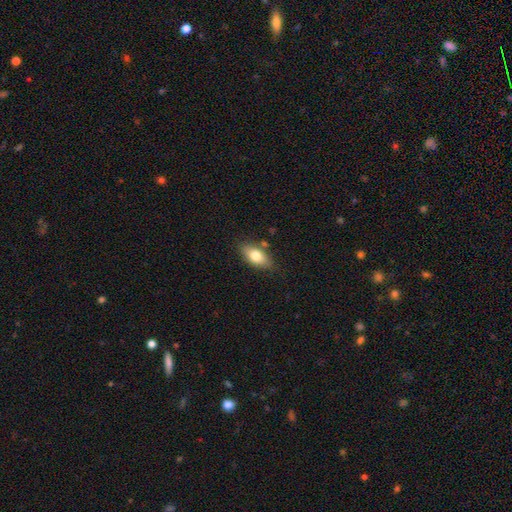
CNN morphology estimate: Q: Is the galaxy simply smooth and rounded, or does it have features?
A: smooth — 76%.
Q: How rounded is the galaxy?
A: in between — 87%.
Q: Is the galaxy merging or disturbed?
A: none — 78%.